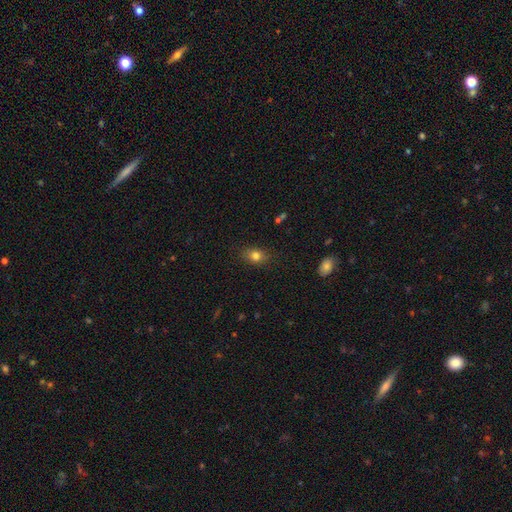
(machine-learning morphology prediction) This is likely a smooth galaxy (80%). How rounded: likely in between (67%). Merging: clearly none (83%).